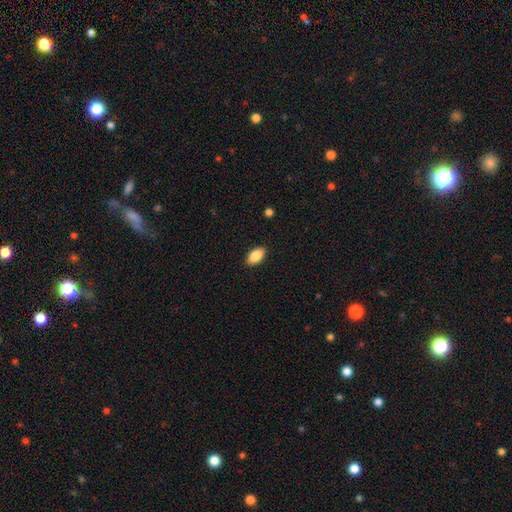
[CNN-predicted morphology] Q: Smooth or featured?
A: smooth (88%); runner-up: star or artifact (7%)
Q: How rounded?
A: in between (93%); runner-up: round (4%)
Q: Merging?
A: none (89%); runner-up: minor disturbance (8%)